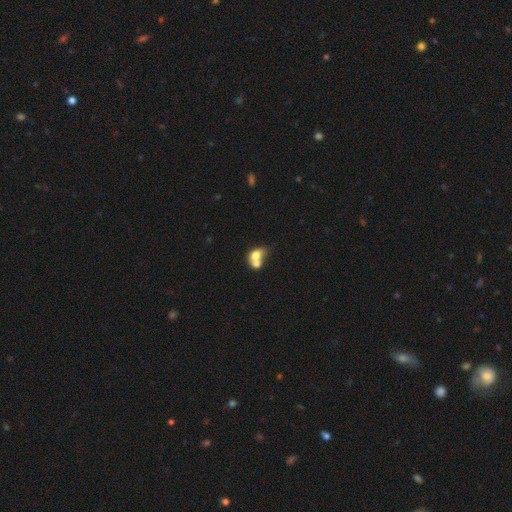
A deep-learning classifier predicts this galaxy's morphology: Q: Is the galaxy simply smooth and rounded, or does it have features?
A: smooth — 69%.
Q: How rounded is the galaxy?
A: in between — 56%.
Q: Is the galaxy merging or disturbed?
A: merger — 69%.